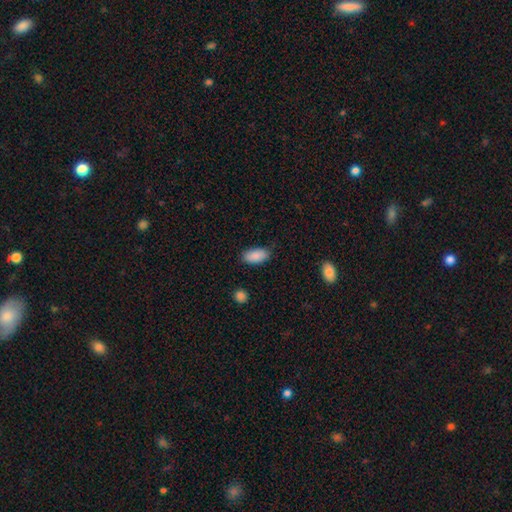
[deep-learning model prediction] Overall: smooth (89%). How rounded: in between (93%). Merging: none (85%).